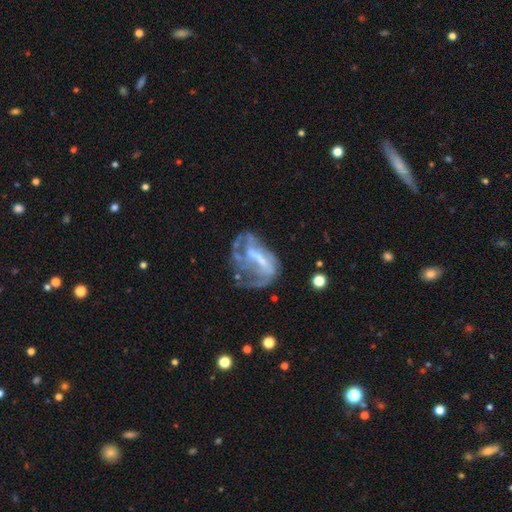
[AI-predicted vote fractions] The model was most divided on "merging": major disturbance: 38%, none: 35%, minor disturbance: 22%, merger: 6%. Remaining: edge-on disk — no (93%); smooth or featured — featured or disk (73%); spiral arms — yes (58%); bar — strong (48%); bulge size — none (39%).